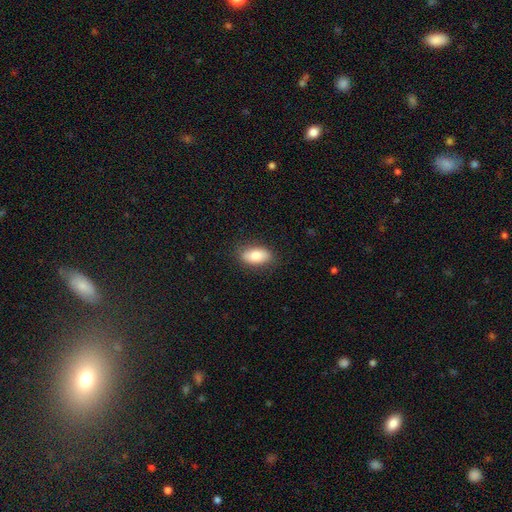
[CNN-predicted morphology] smooth_or_featured: smooth (p=0.80) [alt: featured or disk p=0.14]
how_rounded: in between (p=0.91) [alt: round p=0.05]
merging: none (p=0.85) [alt: minor disturbance p=0.11]